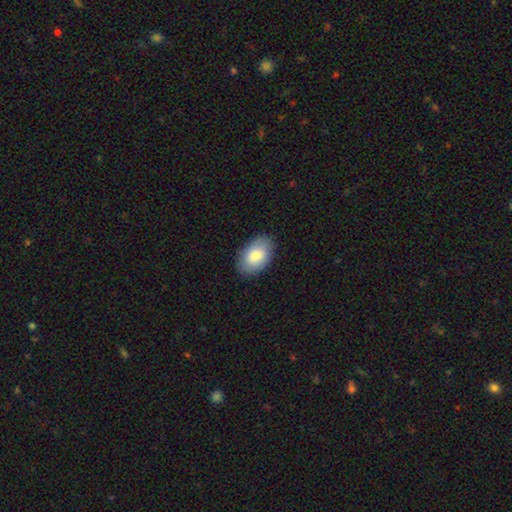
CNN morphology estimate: Q: Smooth or featured?
A: smooth (83%); runner-up: featured or disk (11%)
Q: How rounded?
A: in between (92%); runner-up: round (6%)
Q: Merging?
A: none (86%); runner-up: minor disturbance (10%)